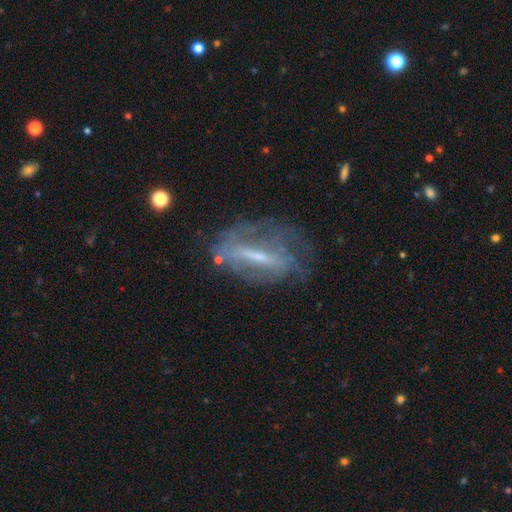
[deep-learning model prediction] The model was most divided on "spiral arms": yes: 59%, no: 41%. More confident: edge-on disk — no (77%); smooth or featured — featured or disk (72%); merging — none (57%); bar — strong (52%); bulge size — small (51%).